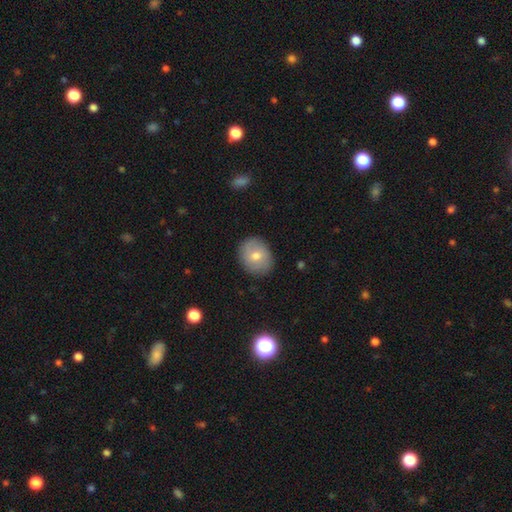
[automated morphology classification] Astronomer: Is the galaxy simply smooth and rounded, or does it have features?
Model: smooth — 64%.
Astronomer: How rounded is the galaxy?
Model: round — 59% (runner-up: in between, 40%).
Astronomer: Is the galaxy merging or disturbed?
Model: none — 85%.